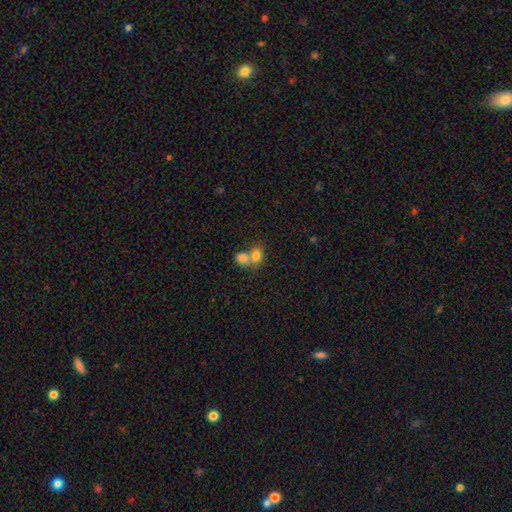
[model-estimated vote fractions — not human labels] smooth-or-featured: smooth: 78% | featured or disk: 11% | star or artifact: 10%
  how-rounded: round: 51% | in between: 48% | cigar-shaped: 1%
  merging: merger: 64% | none: 27% | minor disturbance: 6% | major disturbance: 3%